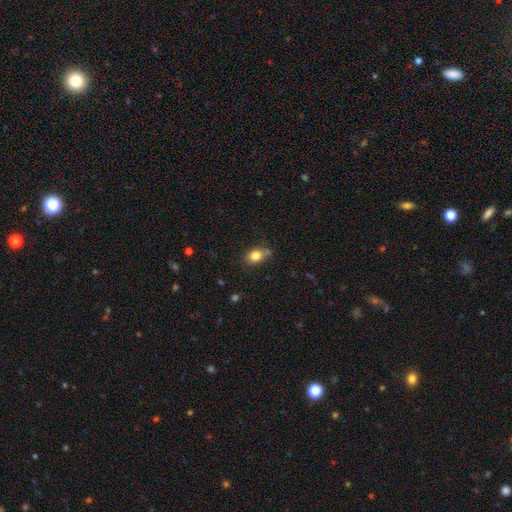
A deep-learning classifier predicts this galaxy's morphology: Smooth or featured: smooth — 82% (star or artifact — 10%)
How rounded: in between — 63% (round — 36%)
Merging: none — 68% (minor disturbance — 20%)